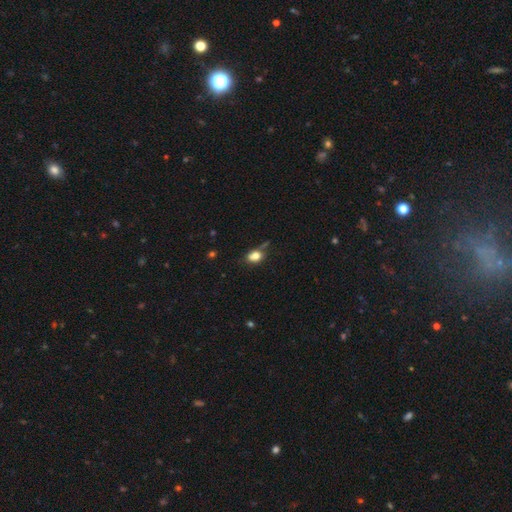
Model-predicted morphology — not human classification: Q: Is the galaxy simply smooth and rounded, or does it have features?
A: smooth — 77%.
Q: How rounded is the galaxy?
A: in between — 66%.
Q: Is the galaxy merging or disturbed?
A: none — 48%.